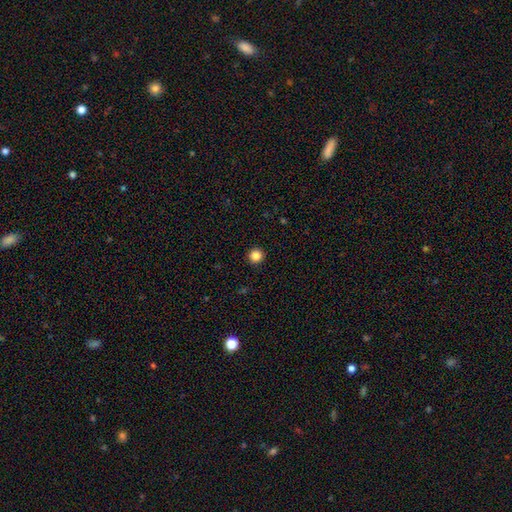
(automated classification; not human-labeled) Q: Smooth or featured?
A: smooth (84%); runner-up: star or artifact (12%)
Q: How rounded?
A: round (96%); runner-up: in between (3%)
Q: Merging?
A: none (93%); runner-up: minor disturbance (4%)